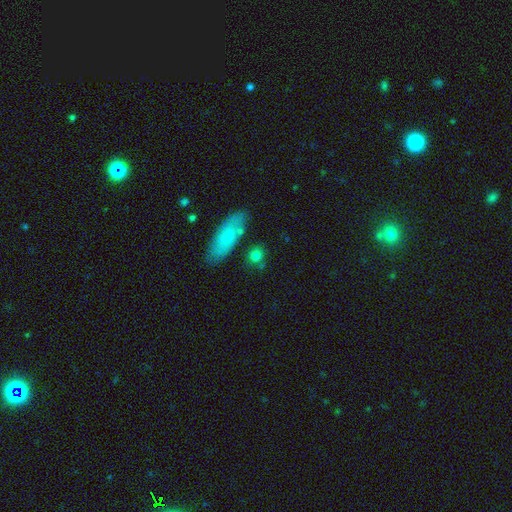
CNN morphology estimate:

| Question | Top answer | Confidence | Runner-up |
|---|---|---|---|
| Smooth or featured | smooth | 79% | featured or disk (11%) |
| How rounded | round | 58% | in between (33%) |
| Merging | none | 71% | minor disturbance (14%) |